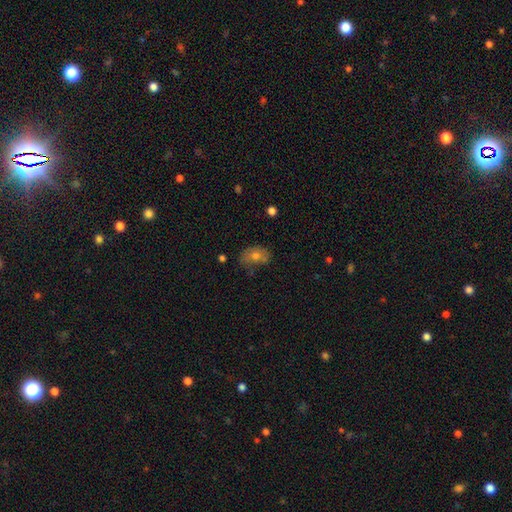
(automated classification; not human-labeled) A smooth galaxy with no disk features (60%) that is in between round and cigar-shaped (76%).

Vote fractions:
- Smooth or featured? smooth: 60% / featured or disk: 27% / star or artifact: 13%
- How rounded? in between: 76% / round: 22% / cigar-shaped: 2%
- Merging? none: 56% / minor disturbance: 29% / major disturbance: 11% / merger: 4%